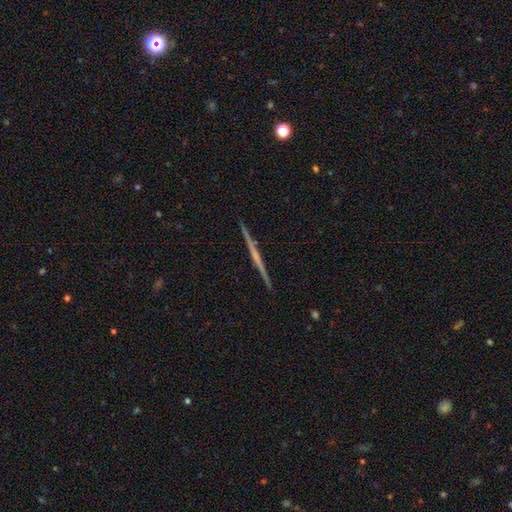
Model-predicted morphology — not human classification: Smooth or featured: featured or disk — 76% (smooth — 18%)
Edge-on disk: yes — 99% (no — 1%)
Edge-on bulge: none — 54% (rounded — 37%)
Merging: none — 93% (minor disturbance — 5%)